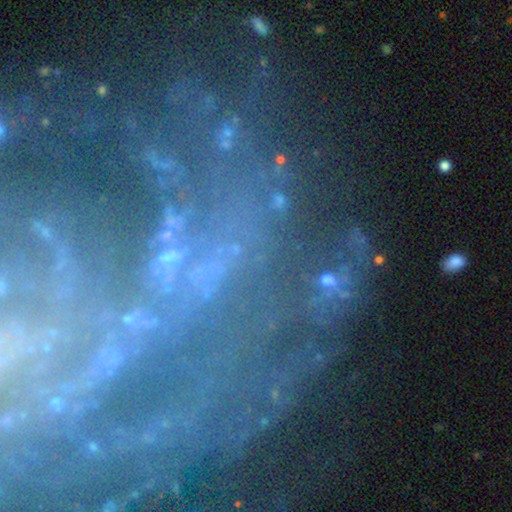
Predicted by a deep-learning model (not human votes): A featured or disk galaxy (59%) with no bar (51%), spiral arms (77%) and a small central bulge (51%).

Vote fractions:
- Smooth or featured? featured or disk: 59% / star or artifact: 29% / smooth: 12%
- Edge-on disk? no: 94% / yes: 6%
- Bar? no: 51% / weak: 27% / strong: 22%
- Spiral arms? yes: 77% / no: 23%
- Bulge size? small: 51% / none: 24% / moderate: 19% / large: 4% / dominant: 3%
- Merging? none: 63% / minor disturbance: 17% / major disturbance: 14% / merger: 6%